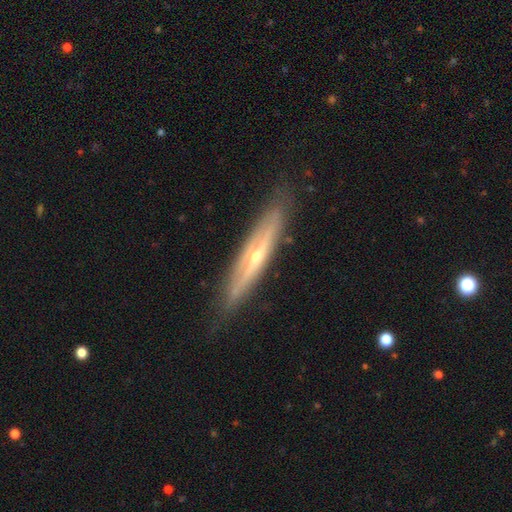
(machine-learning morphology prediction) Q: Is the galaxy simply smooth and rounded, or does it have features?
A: featured or disk — 74%.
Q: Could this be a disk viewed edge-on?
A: yes — 86%.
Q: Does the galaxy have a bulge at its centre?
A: rounded — 77%.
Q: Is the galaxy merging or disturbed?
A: none — 84%.